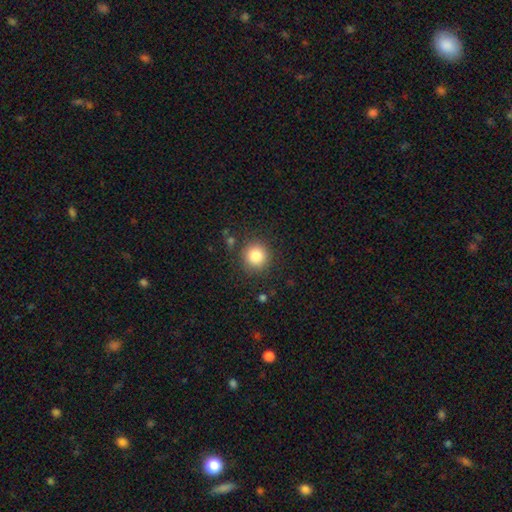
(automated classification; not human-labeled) Smooth or featured? Predicted: smooth (p=0.83). How rounded? Predicted: round (p=0.93). Merging? Predicted: none (p=0.87).